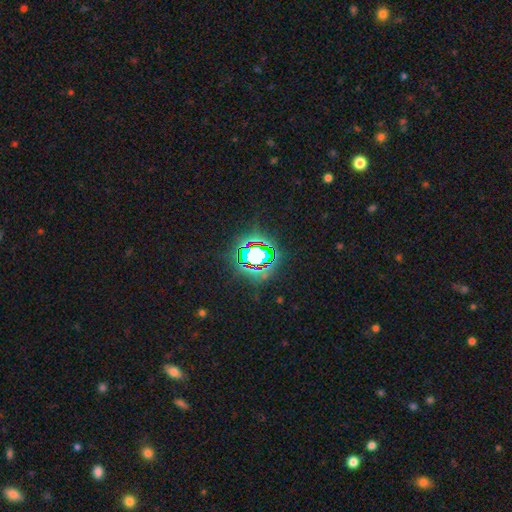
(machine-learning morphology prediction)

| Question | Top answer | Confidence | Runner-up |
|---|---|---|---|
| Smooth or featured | star or artifact | 75% | smooth (14%) |